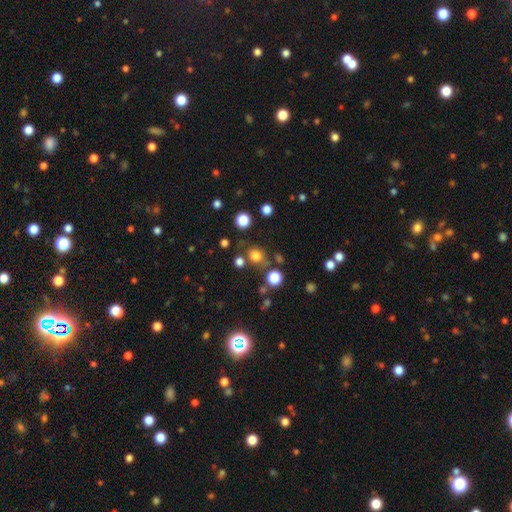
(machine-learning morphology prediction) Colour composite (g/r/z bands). It shows a smooth galaxy with no disk features (75%) that is round (77%). Merging: none (68%).